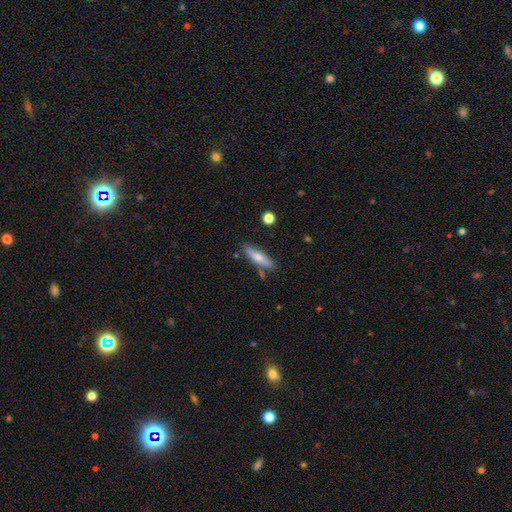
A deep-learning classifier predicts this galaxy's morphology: smooth_or_featured: smooth (p=0.62) [alt: featured or disk p=0.31]
how_rounded: cigar-shaped (p=0.72) [alt: in between p=0.26]
merging: none (p=0.82) [alt: minor disturbance p=0.13]